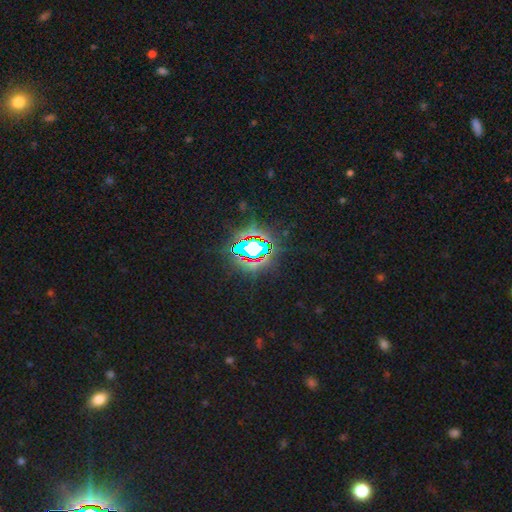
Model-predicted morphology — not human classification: Overall: star or artifact (80%).